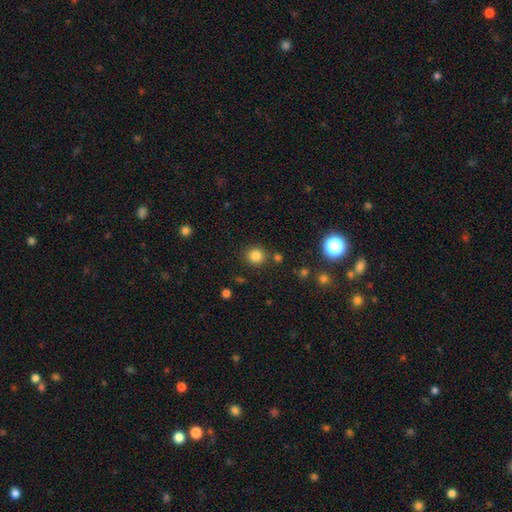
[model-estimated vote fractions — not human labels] smooth-or-featured: smooth: 82% | star or artifact: 13% | featured or disk: 5%
  how-rounded: round: 90% | in between: 9% | cigar-shaped: 1%
  merging: none: 84% | minor disturbance: 8% | merger: 5% | major disturbance: 3%